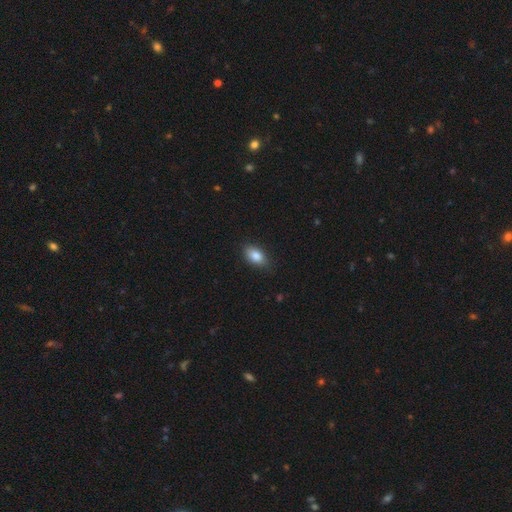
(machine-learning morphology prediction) type=smooth (85%); roundness=in between (89%); merging=none (83%).